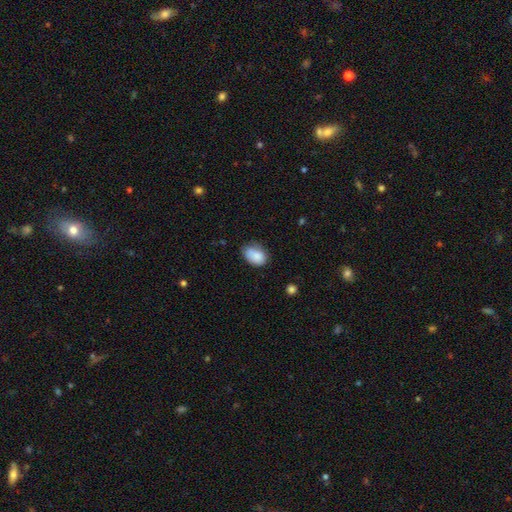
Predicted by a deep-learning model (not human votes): Morphology: type=smooth (85%); roundness=in between (82%); merging=none (57%).